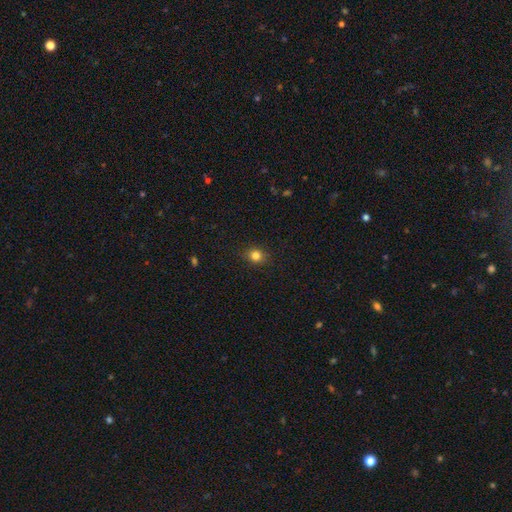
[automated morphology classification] smooth 82%, star or artifact 13%, featured or disk 6%. Down the decision tree: how rounded — round (76%); merging — none (88%).